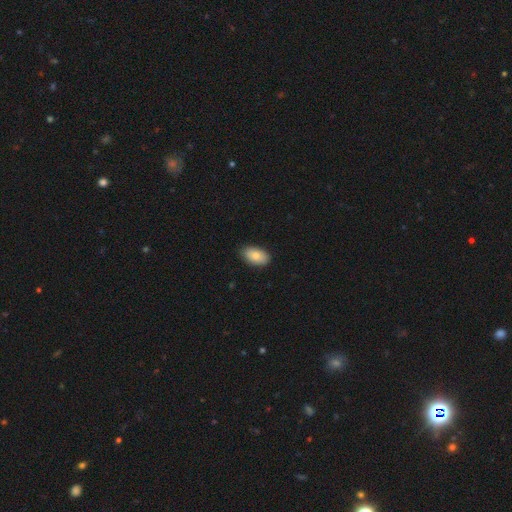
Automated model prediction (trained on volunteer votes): smooth_or_featured: smooth (p=0.83) [alt: featured or disk p=0.11]
how_rounded: in between (p=0.94) [alt: round p=0.04]
merging: none (p=0.86) [alt: minor disturbance p=0.11]